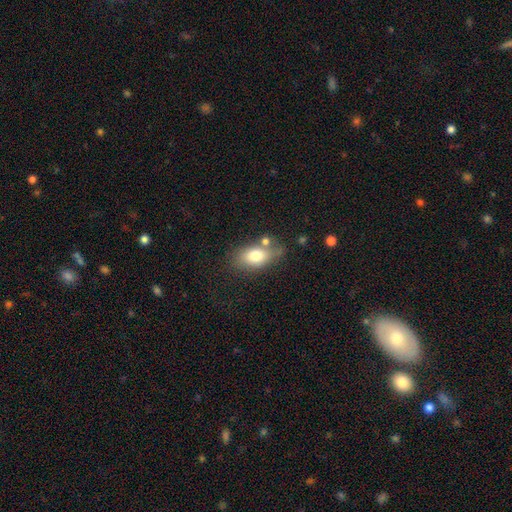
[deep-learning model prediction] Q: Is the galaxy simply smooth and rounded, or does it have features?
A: smooth — 75%.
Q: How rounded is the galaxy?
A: in between — 85%.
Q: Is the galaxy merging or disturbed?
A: none — 62%.